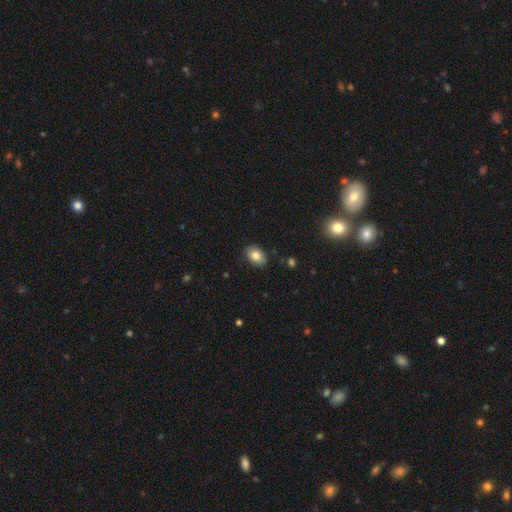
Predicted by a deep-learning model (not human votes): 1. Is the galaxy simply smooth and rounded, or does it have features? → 81% smooth, 10% featured or disk, 8% star or artifact.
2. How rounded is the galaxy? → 83% in between, 16% round, 1% cigar-shaped.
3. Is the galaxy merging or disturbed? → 83% none, 13% minor disturbance, 2% major disturbance, 1% merger.